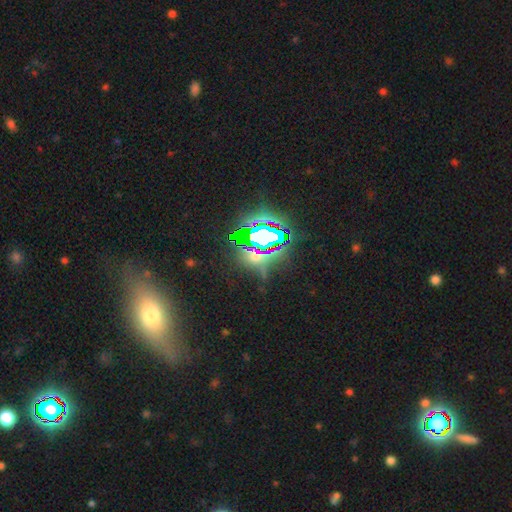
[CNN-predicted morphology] star or artifact 72%, smooth 15%, featured or disk 13%.